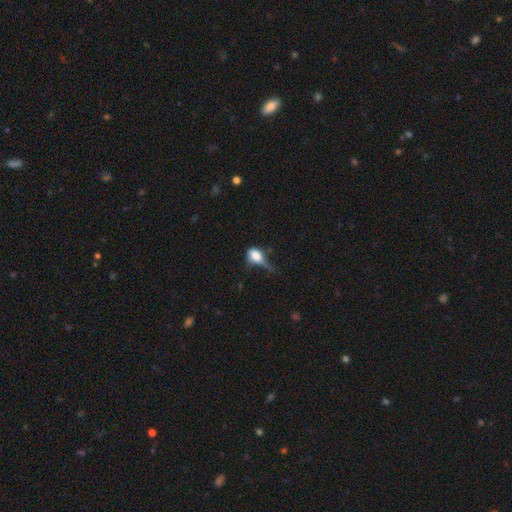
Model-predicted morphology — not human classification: Overall: smooth (69%). How rounded: in between (71%). Merging: major disturbance (45%; minor disturbance 30%).